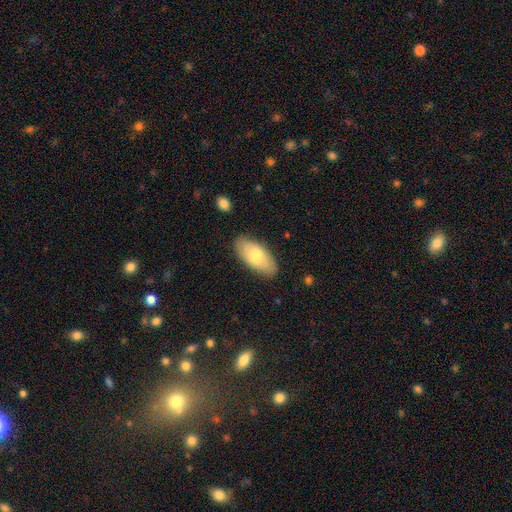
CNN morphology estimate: The model was most divided on "smooth or featured": smooth: 68%, featured or disk: 26%, star or artifact: 6%. More confident: how rounded — in between (92%); merging — none (84%).